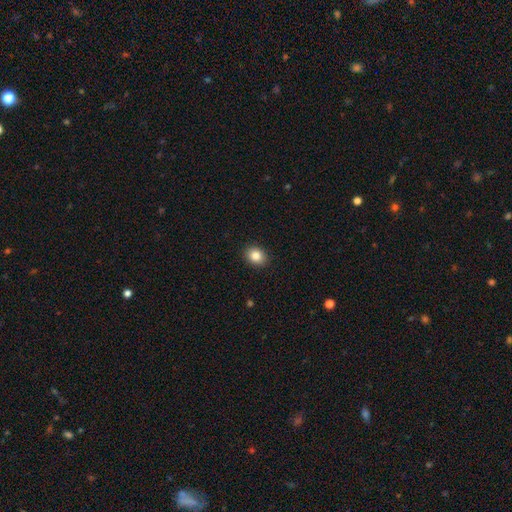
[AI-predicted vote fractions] Morphology: type=smooth (85%); roundness=round (52%); merging=none (90%).